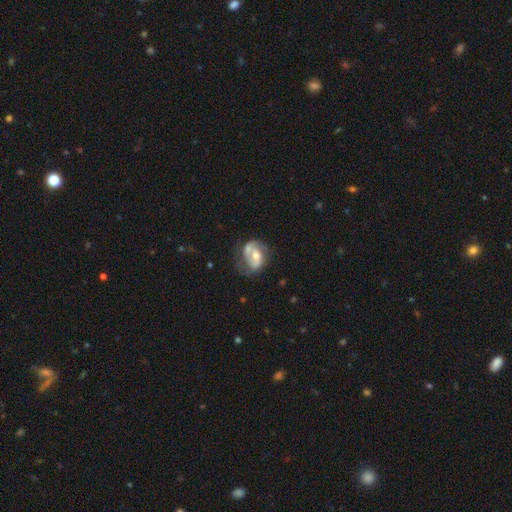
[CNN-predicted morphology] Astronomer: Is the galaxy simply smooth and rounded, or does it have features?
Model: featured or disk — 67%.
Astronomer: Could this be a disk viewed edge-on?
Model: no — 97%.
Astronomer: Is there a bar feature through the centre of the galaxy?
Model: no — 44% (runner-up: weak, 37%).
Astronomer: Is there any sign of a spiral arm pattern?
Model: yes — 74%.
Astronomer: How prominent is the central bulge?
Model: moderate — 69%.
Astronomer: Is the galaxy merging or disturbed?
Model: none — 47% (runner-up: minor disturbance, 26%).